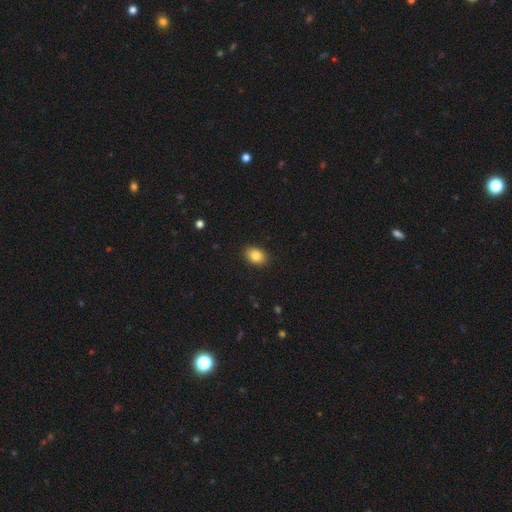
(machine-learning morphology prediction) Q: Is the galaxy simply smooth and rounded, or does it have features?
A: smooth — 84%.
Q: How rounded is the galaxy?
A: in between — 80%.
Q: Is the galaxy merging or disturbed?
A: none — 90%.